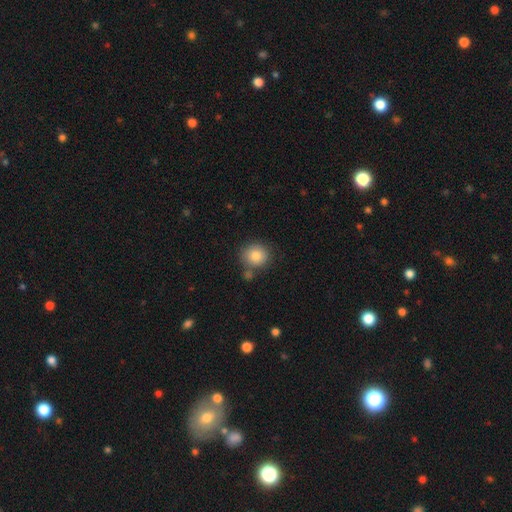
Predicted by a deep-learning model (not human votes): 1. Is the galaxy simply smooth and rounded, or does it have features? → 83% smooth, 9% star or artifact, 8% featured or disk.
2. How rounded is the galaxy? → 84% round, 15% in between, 1% cigar-shaped.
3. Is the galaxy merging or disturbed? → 73% none, 12% merger, 11% minor disturbance, 3% major disturbance.